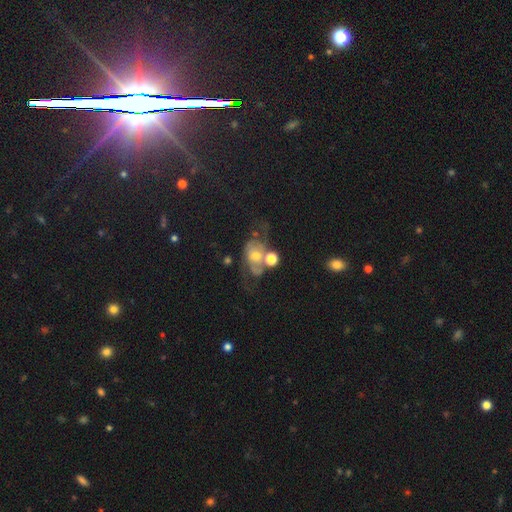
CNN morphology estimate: smooth-or-featured: featured or disk: 62% | smooth: 26% | star or artifact: 12%
  disk-edge-on: no: 95% | yes: 5%
    bar: no: 70% | weak: 23% | strong: 6%
    has-spiral-arms: yes: 75% | no: 25%
    bulge-size: moderate: 60% | small: 29% | large: 6% | none: 3% | dominant: 2%
  merging: none: 34% | major disturbance: 25% | merger: 22% | minor disturbance: 20%